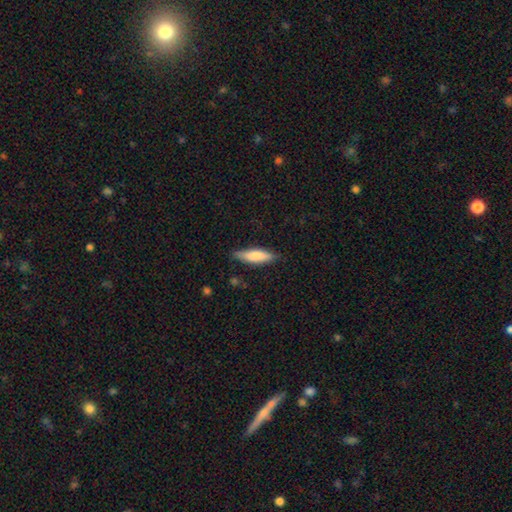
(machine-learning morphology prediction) This appears to be a smooth galaxy with no disk features (76%) that is cigar-shaped (64%). Merging: none (82%).